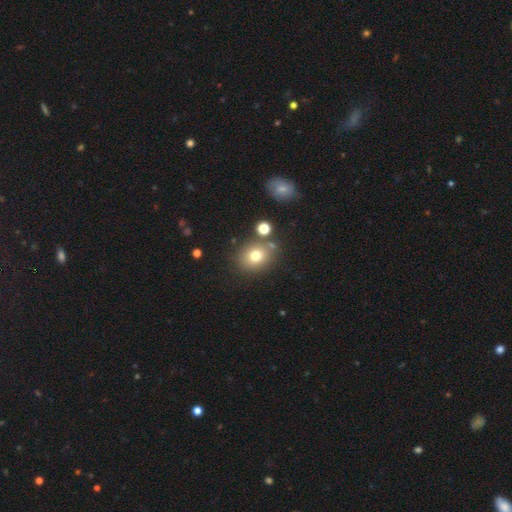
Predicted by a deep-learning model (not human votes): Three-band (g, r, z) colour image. It shows a smooth galaxy with no disk features (75%) that is round (63%). Merging: none (73%).